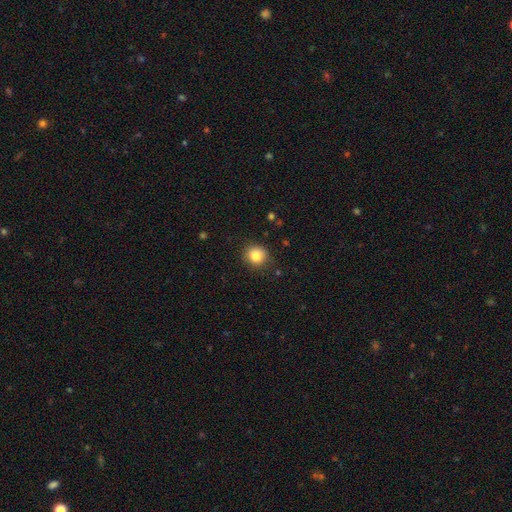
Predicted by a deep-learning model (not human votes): Overall: smooth (84%). How rounded: round (87%). Merging: none (87%).